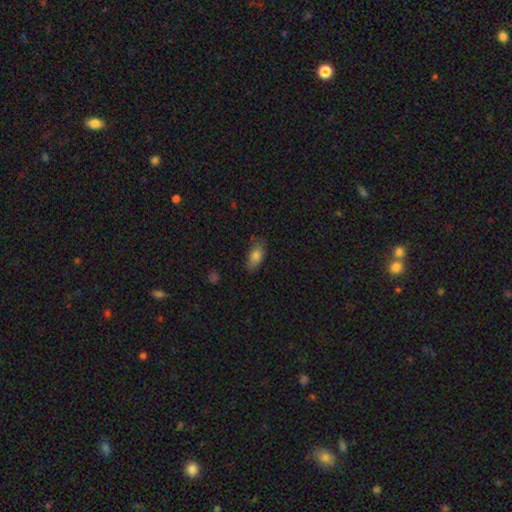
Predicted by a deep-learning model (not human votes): This is clearly a smooth galaxy (80%). How rounded: clearly in between (88%). Merging: likely none (72%).